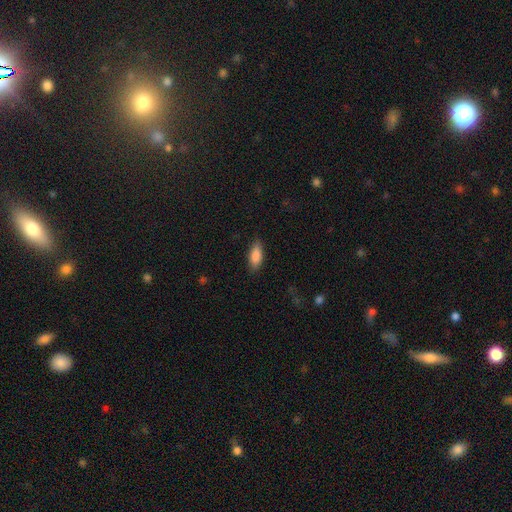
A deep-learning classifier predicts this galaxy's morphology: type=smooth (85%); roundness=in between (79%); merging=none (82%).